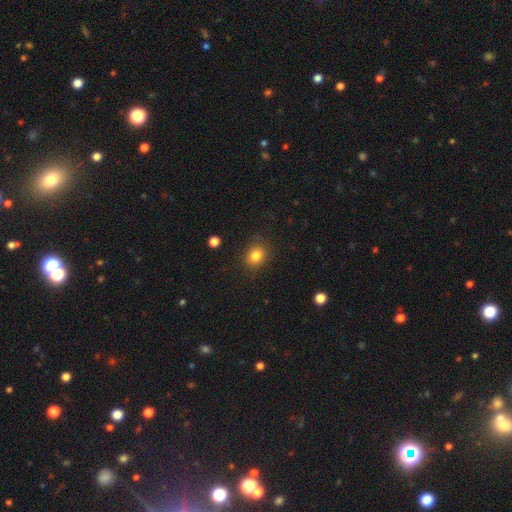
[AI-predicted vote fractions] A smooth galaxy with no disk features (82%) that is round (64%).

Vote fractions:
- Smooth or featured? smooth: 82% / star or artifact: 11% / featured or disk: 7%
- How rounded? round: 64% / in between: 35% / cigar-shaped: 1%
- Merging? none: 83% / minor disturbance: 12% / major disturbance: 4% / merger: 1%